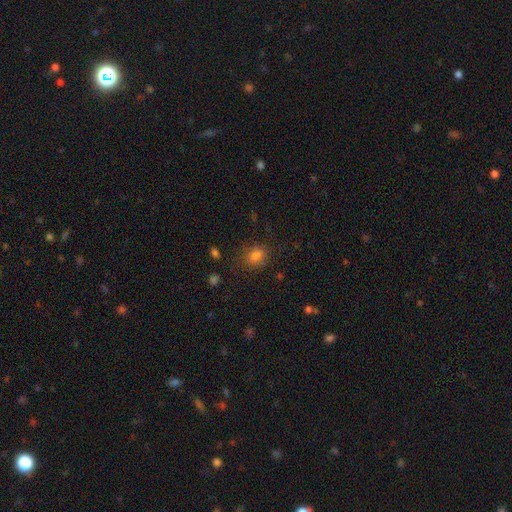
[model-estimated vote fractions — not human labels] The model was most divided on "how rounded": in between: 50%, round: 49%, cigar-shaped: 1%. More confident: smooth or featured — smooth (77%); merging — none (73%).